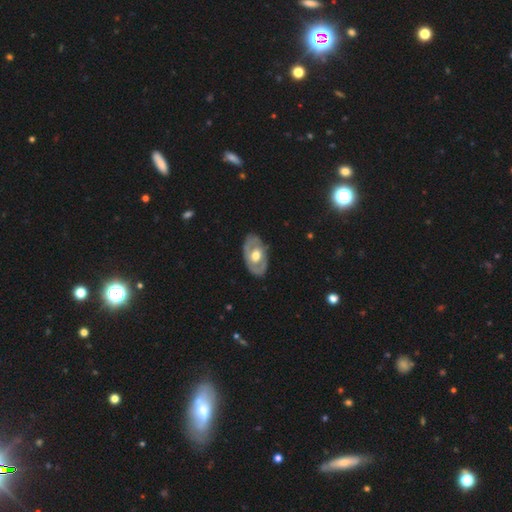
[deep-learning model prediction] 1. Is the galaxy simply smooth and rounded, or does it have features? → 61% featured or disk, 34% smooth, 4% star or artifact.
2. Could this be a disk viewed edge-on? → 90% no, 10% yes.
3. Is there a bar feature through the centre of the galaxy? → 78% no, 18% weak, 5% strong.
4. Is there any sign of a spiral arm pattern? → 67% no, 33% yes.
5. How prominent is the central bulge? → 64% moderate, 28% large, 5% small, 1% dominant, 1% none.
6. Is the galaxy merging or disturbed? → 79% none, 16% minor disturbance, 4% major disturbance, 1% merger.